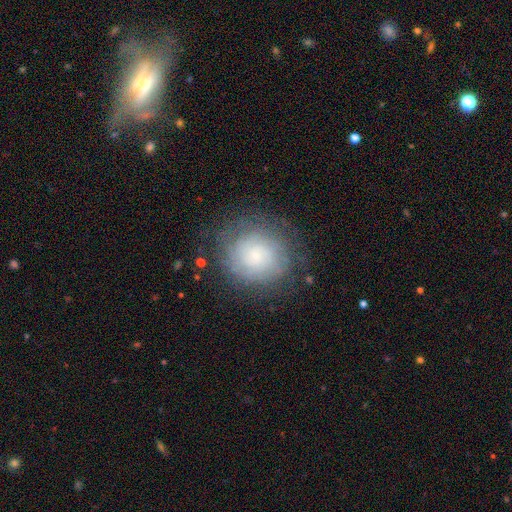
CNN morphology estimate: Smooth or featured? featured or disk (47%)
Merging? none (76%)